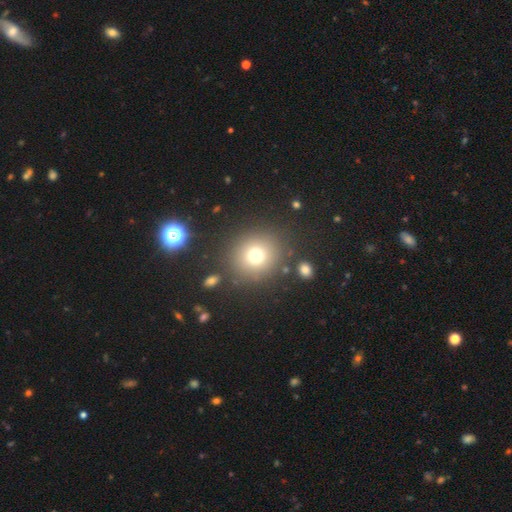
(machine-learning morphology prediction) Smooth or featured? Predicted: smooth (p=0.72). How rounded? Predicted: round (p=0.88). Merging? Predicted: none (p=0.83).